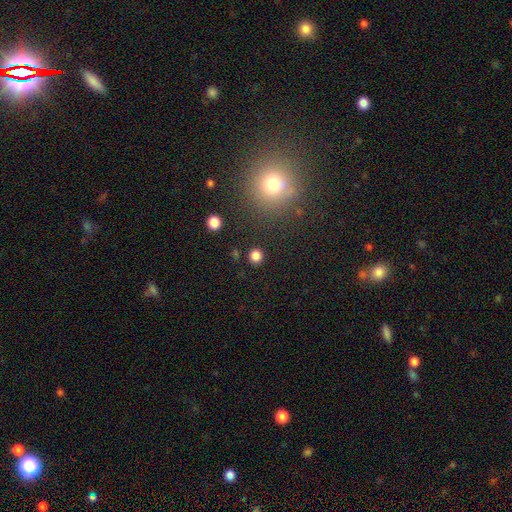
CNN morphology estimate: smooth 82%, star or artifact 14%, featured or disk 4%. Down the decision tree: how rounded — round (90%); merging — none (90%).